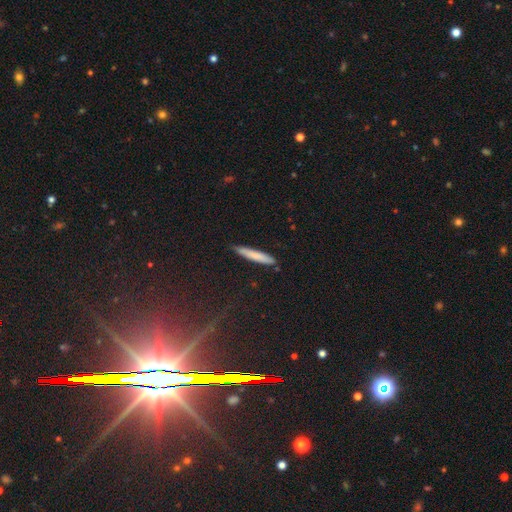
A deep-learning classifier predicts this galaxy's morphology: Overall: smooth (75%). How rounded: cigar-shaped (94%). Merging: none (85%).